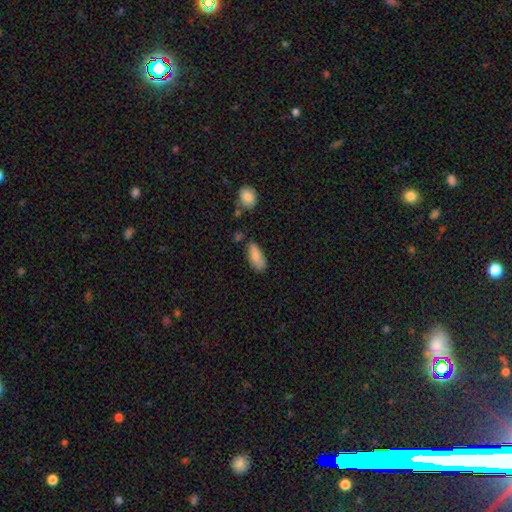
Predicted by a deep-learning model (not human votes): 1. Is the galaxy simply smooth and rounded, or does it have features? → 85% smooth, 8% featured or disk, 7% star or artifact.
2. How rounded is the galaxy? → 82% in between, 15% cigar-shaped, 2% round.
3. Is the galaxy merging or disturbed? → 70% none, 21% minor disturbance, 5% merger, 4% major disturbance.